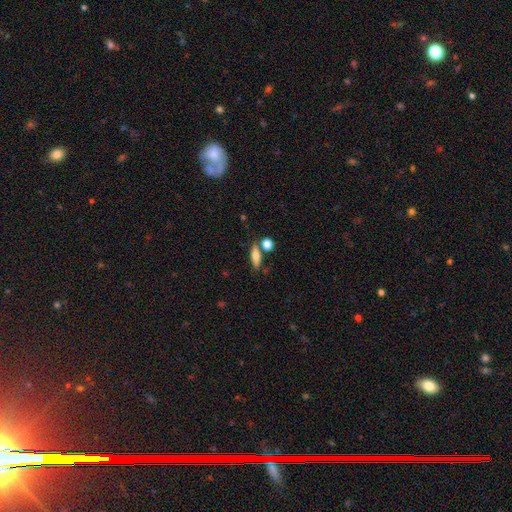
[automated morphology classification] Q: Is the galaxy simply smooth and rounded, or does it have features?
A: smooth — 68%.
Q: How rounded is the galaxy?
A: in between — 55%.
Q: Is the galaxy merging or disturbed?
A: none — 70%.